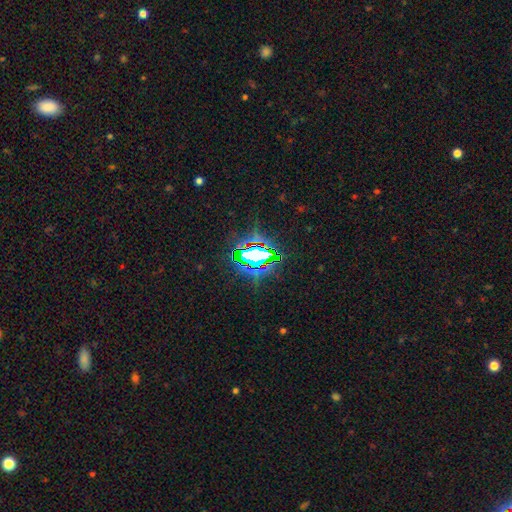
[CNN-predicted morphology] smooth_or_featured: star or artifact (p=0.68) [alt: smooth p=0.18]